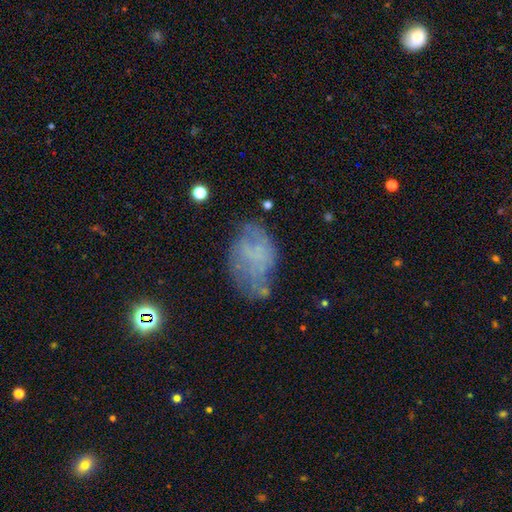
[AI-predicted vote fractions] Smooth or featured?
  - featured or disk: 43% * (tied)
  - smooth: 43% * (tied)
  - star or artifact: 15%
Merging?
  - none: 44% *
  - minor disturbance: 30%
  - major disturbance: 22%
  - merger: 4%